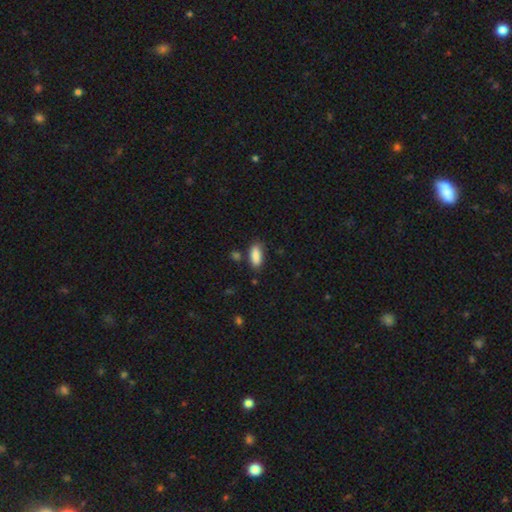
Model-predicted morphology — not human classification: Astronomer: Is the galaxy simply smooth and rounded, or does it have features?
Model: smooth — 89%.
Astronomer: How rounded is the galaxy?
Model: in between — 80%.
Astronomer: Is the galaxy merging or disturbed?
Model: none — 78%.